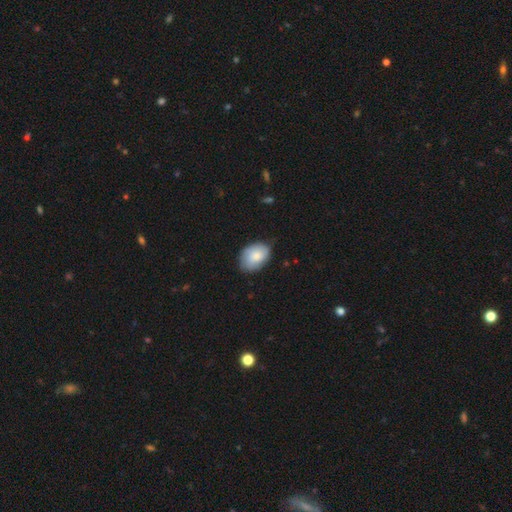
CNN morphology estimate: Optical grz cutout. It shows a smooth galaxy with no disk features (74%) that is in between round and cigar-shaped (80%). Merging: none (74%).